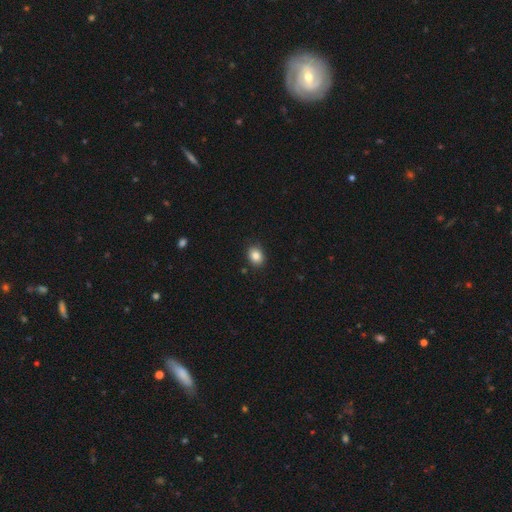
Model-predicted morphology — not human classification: Smooth or featured? Predicted: smooth (p=0.85). How rounded? Predicted: in between (p=0.55). Merging? Predicted: none (p=0.88).